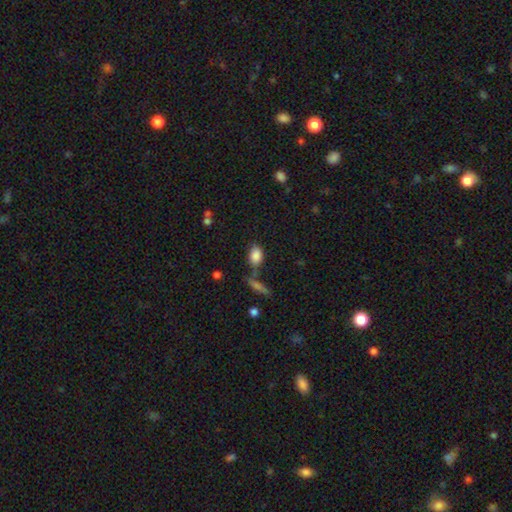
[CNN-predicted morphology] Smooth or featured? smooth (85%)
How rounded? in between (85%)
Merging? none (60%)